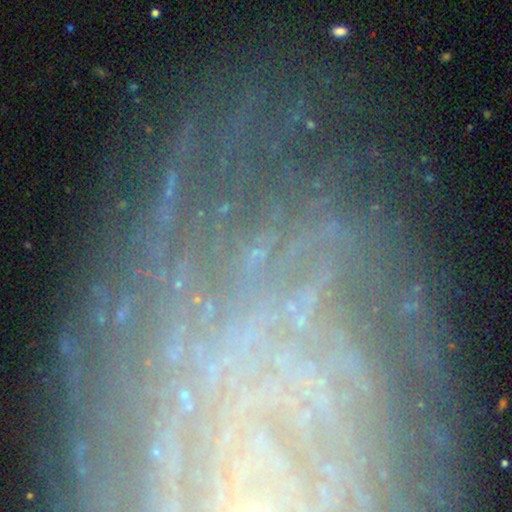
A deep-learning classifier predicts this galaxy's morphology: Smooth or featured?
  - star or artifact: 72% *
  - featured or disk: 19%
  - smooth: 9%